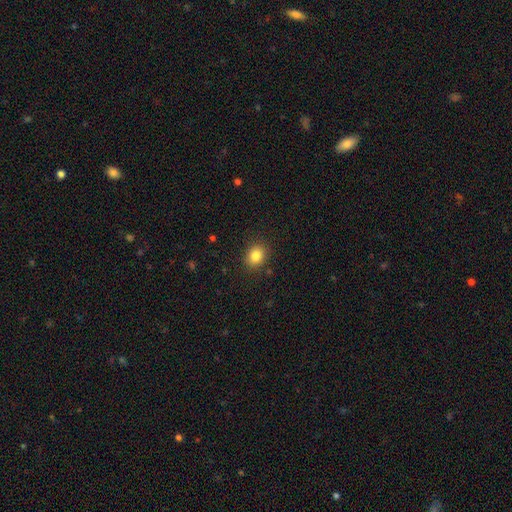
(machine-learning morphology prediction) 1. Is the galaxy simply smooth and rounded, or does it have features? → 84% smooth, 10% star or artifact, 6% featured or disk.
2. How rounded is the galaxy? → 58% round, 41% in between, 1% cigar-shaped.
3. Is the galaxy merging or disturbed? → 88% none, 8% minor disturbance, 3% major disturbance, 1% merger.